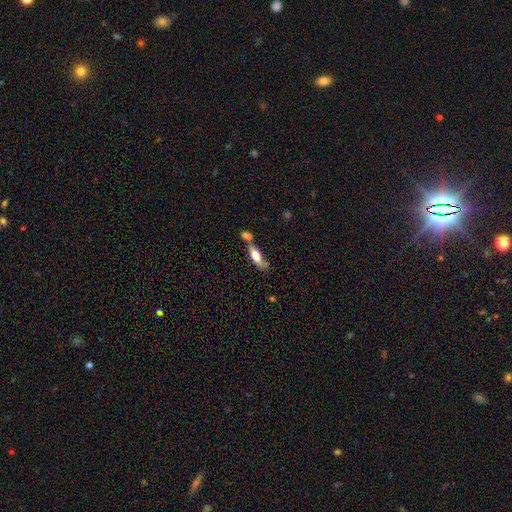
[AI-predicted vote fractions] smooth-or-featured: smooth: 60% | featured or disk: 33% | star or artifact: 7%
  how-rounded: in between: 58% | cigar-shaped: 39% | round: 3%
  merging: none: 44% | merger: 30% | minor disturbance: 18% | major disturbance: 8%